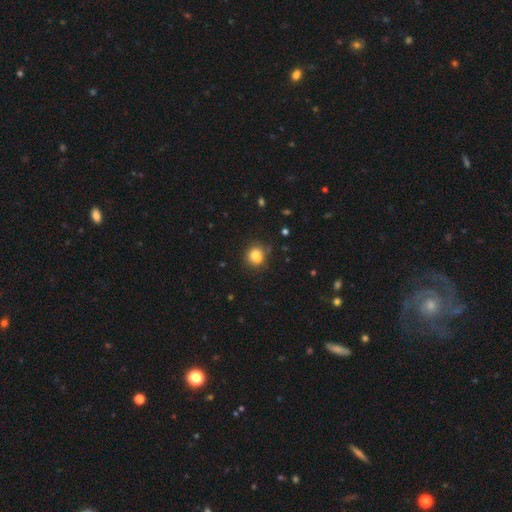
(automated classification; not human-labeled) Smooth or featured? smooth (79%)
How rounded? round (77%)
Merging? none (61%)